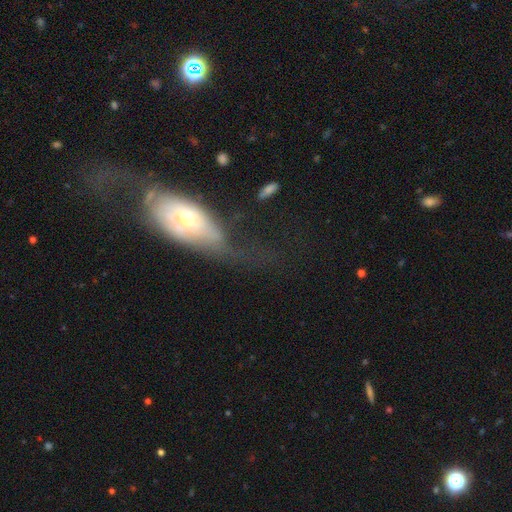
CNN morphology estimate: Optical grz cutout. It shows a featured or disk galaxy (69%) with no bar (66%), spiral arms (73%) and a small central bulge (45%). Merging: none (49%).